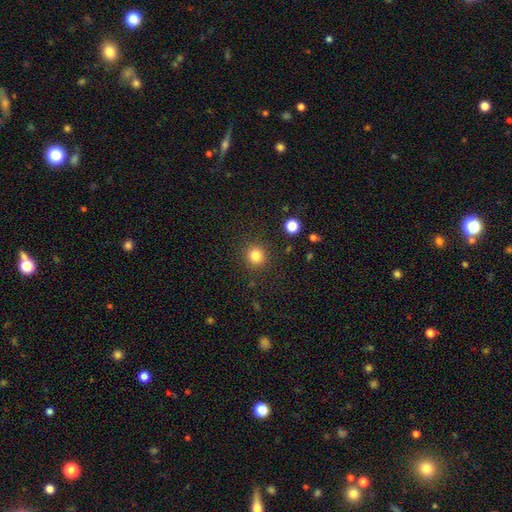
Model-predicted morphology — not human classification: A smooth galaxy with no disk features (83%) that is round (93%). Merging: none (90%).